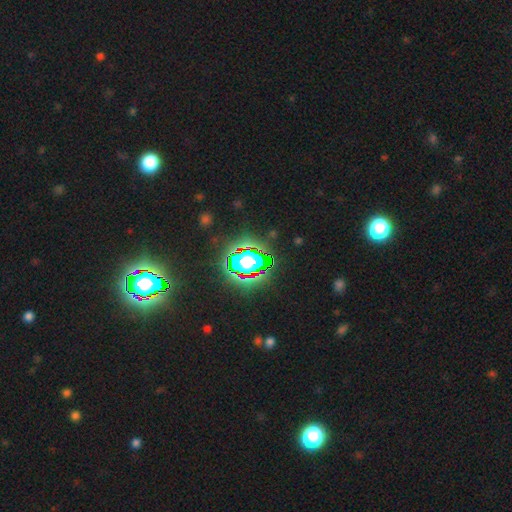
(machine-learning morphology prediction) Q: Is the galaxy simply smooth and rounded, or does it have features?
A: star or artifact — 70%.